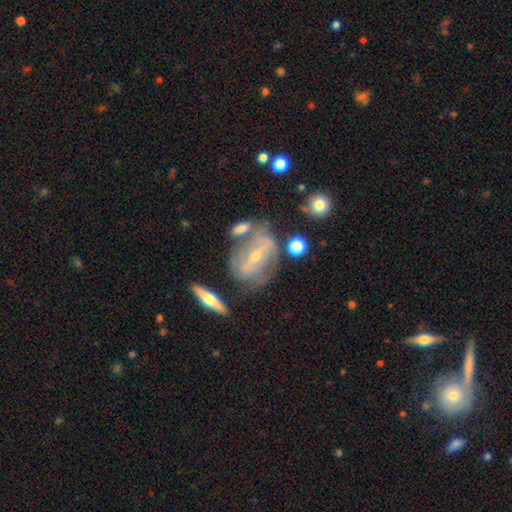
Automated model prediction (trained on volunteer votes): Smooth or featured: featured or disk — 74% (smooth — 18%)
Edge-on disk: no — 86% (yes — 14%)
Bar: strong — 50% (weak — 30%)
Spiral arms: yes — 65% (no — 35%)
Bulge size: small — 59% (moderate — 37%)
Merging: none — 50% (minor disturbance — 21%)